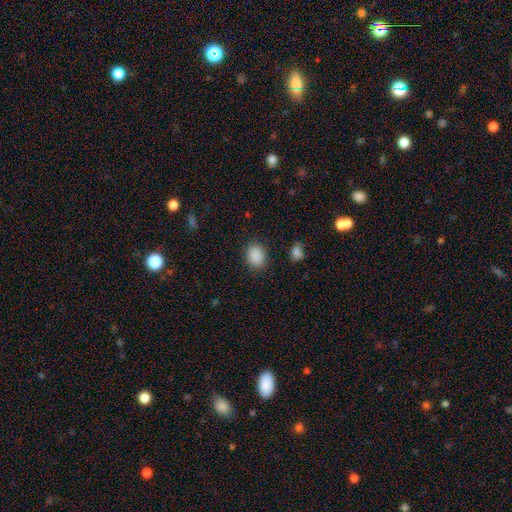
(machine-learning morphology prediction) Smooth or featured?
  - smooth: 89% *
  - star or artifact: 8%
  - featured or disk: 3%
How rounded?
  - in between: 65% *
  - round: 34%
  - cigar-shaped: 1%
Merging?
  - none: 85% *
  - minor disturbance: 10%
  - major disturbance: 3%
  - merger: 2%